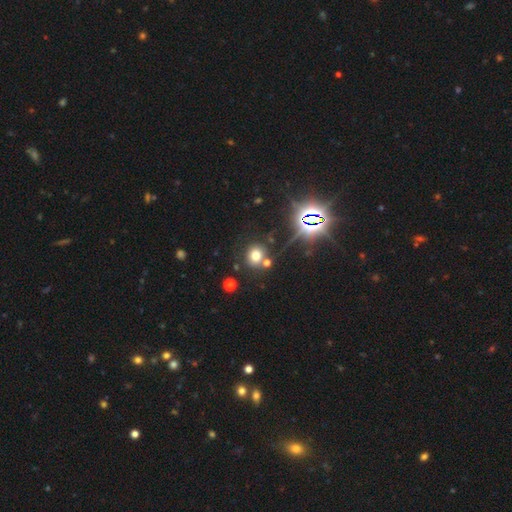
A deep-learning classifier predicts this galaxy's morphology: Smooth or featured? smooth (68%)
How rounded? round (76%)
Merging? none (71%)